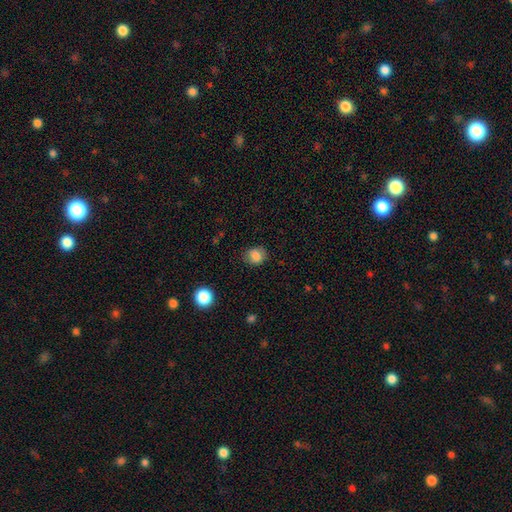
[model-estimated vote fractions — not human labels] smooth_or_featured: smooth (p=0.84) [alt: star or artifact p=0.10]
how_rounded: round (p=0.63) [alt: in between p=0.36]
merging: none (p=0.80) [alt: minor disturbance p=0.15]